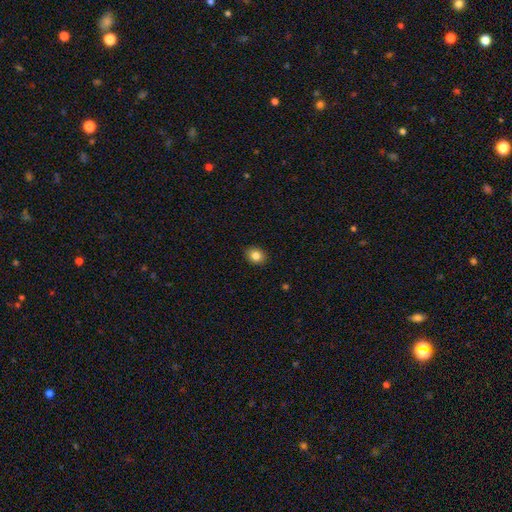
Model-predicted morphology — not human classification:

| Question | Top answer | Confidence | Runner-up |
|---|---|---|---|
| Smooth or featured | smooth | 84% | star or artifact (10%) |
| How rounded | round | 58% | in between (41%) |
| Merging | none | 90% | minor disturbance (7%) |